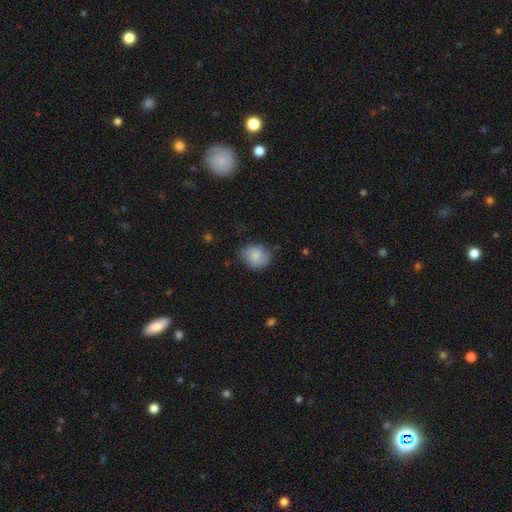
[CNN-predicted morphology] This appears to be a smooth galaxy with no disk features (78%) that is round (61%). Merging: none (63%).